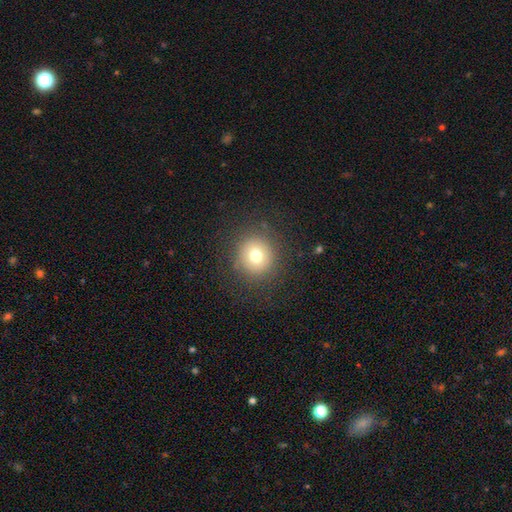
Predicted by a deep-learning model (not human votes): Q: Smooth or featured?
A: smooth (73%); runner-up: star or artifact (14%)
Q: How rounded?
A: round (91%); runner-up: in between (8%)
Q: Merging?
A: none (86%); runner-up: minor disturbance (8%)